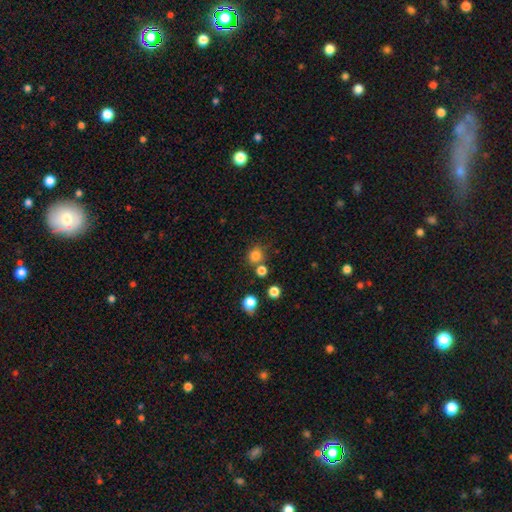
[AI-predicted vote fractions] smooth 81%, star or artifact 14%, featured or disk 5%. Down the decision tree: how rounded — round (85%); merging — none (70%).